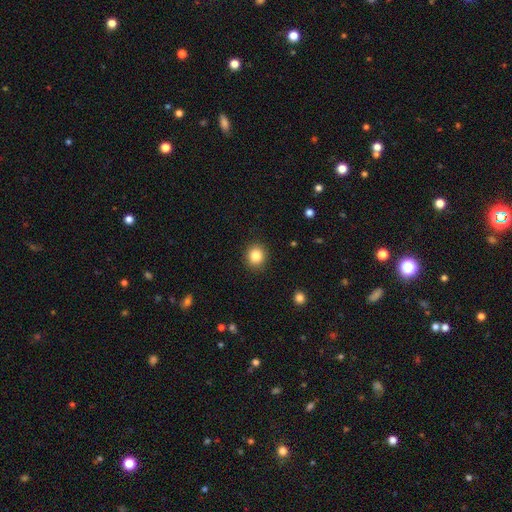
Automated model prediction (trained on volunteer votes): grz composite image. It shows a smooth galaxy with no disk features (84%) that is round (85%). Merging: none (91%).